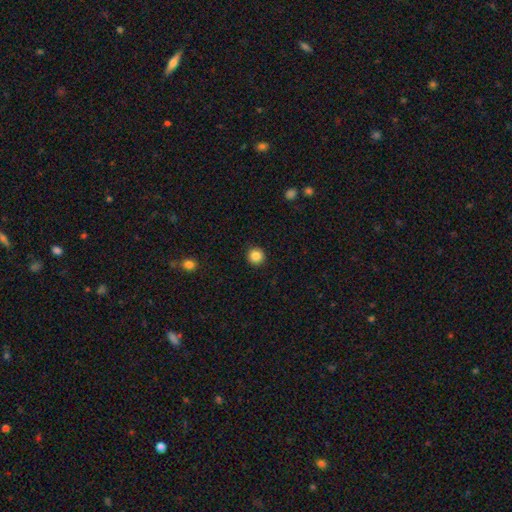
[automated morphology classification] This appears to be a smooth galaxy with no disk features (86%) that is round (95%). Merging: none (93%).